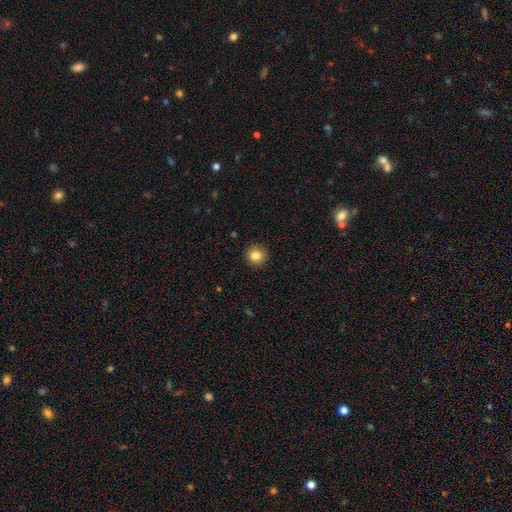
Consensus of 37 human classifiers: Smooth or featured: smooth — 86% (featured or disk — 8%)
How rounded: round — 97% (in between — 3%)
Merging: none — 89% (minor disturbance — 9%)